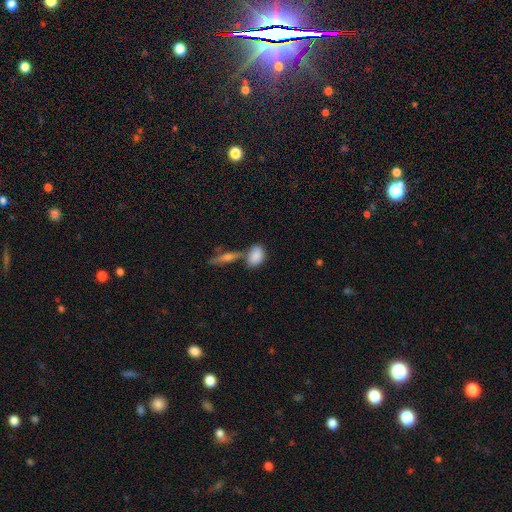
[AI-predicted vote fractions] smooth 84%, featured or disk 9%, star or artifact 7%. Down the decision tree: how rounded — in between (82%); merging — none (48%).